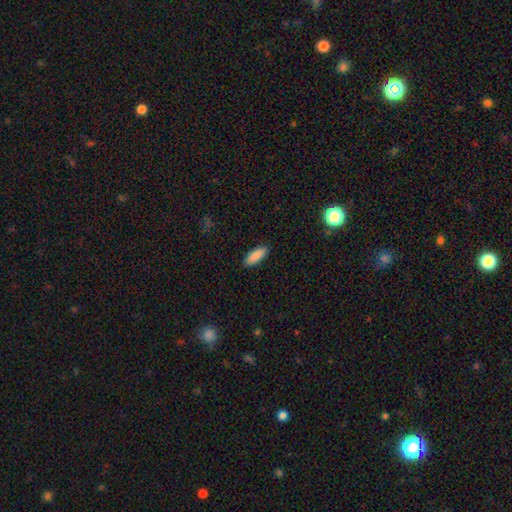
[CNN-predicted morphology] Smooth or featured?
  - smooth: 90% *
  - star or artifact: 6%
  - featured or disk: 4%
How rounded?
  - in between: 69% *
  - cigar-shaped: 29%
  - round: 2%
Merging?
  - none: 89% *
  - minor disturbance: 8%
  - major disturbance: 2%
  - merger: 1%